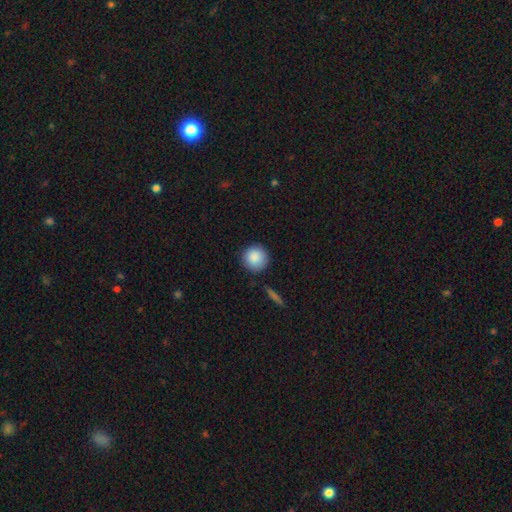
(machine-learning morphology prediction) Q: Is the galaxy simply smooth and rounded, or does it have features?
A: smooth — 88%.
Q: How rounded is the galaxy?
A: round — 94%.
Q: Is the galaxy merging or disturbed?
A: none — 87%.